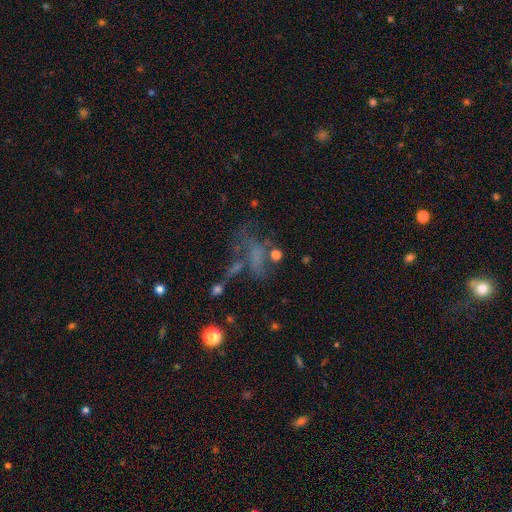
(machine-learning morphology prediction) A featured or disk galaxy (36%).

Vote fractions:
- Smooth or featured? featured or disk: 36% / smooth: 35% / star or artifact: 28%
- Merging? major disturbance: 37% / none: 33% / minor disturbance: 16% / merger: 14%